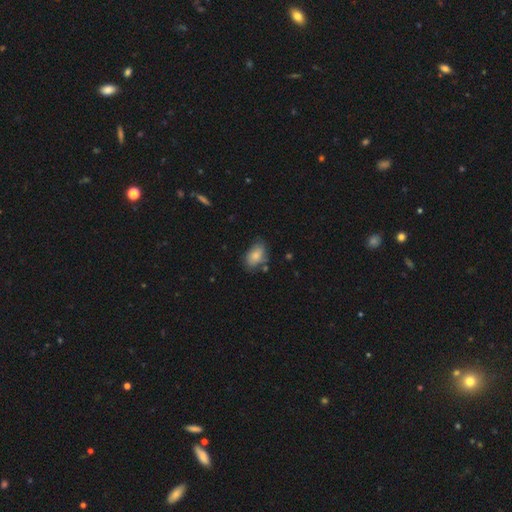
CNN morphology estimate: Smooth or featured? Predicted: smooth (p=0.79). How rounded? Predicted: in between (p=0.88). Merging? Predicted: none (p=0.62).